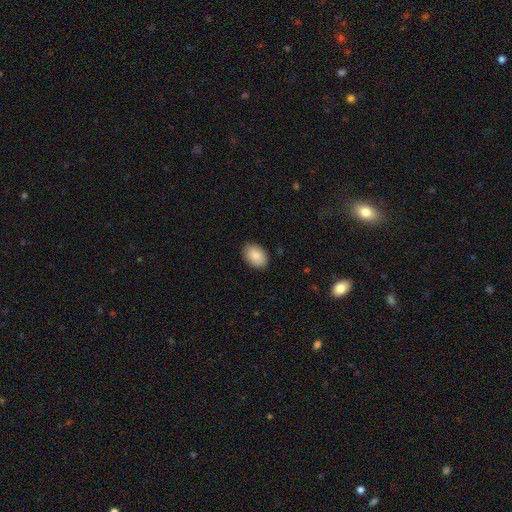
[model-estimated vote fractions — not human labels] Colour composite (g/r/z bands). It shows a smooth galaxy with no disk features (88%) that is in between round and cigar-shaped (85%). Merging: none (88%).